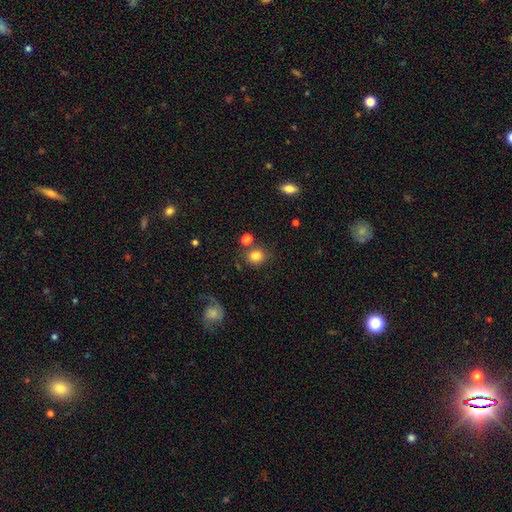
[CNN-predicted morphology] Overall: smooth (83%). How rounded: round (73%). Merging: none (72%).